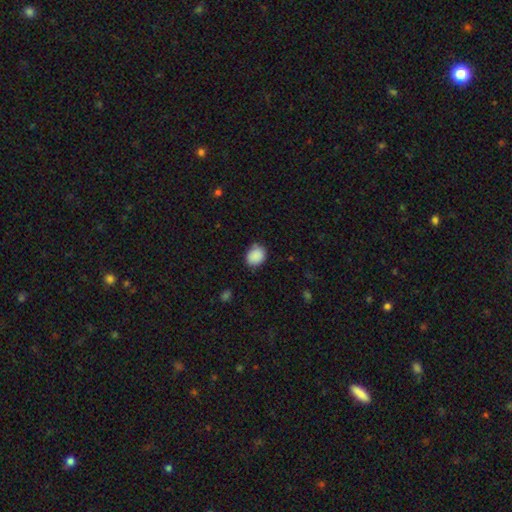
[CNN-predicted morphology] smooth_or_featured: smooth (p=0.88) [alt: star or artifact p=0.08]
how_rounded: round (p=0.58) [alt: in between p=0.41]
merging: none (p=0.77) [alt: minor disturbance p=0.18]